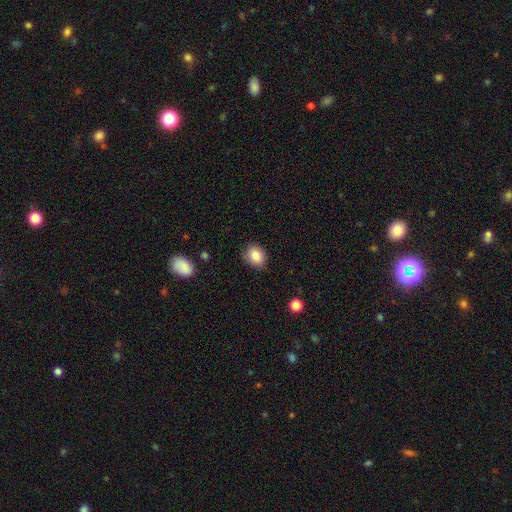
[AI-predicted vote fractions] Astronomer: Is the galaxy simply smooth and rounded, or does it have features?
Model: smooth — 85%.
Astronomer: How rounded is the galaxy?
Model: round — 50% (runner-up: in between, 49%).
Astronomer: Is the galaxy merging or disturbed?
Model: none — 83%.